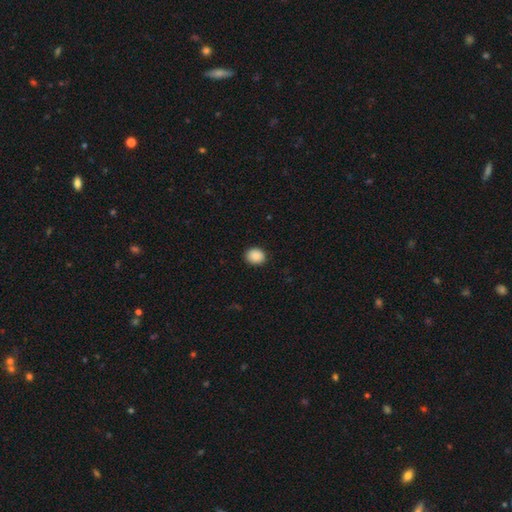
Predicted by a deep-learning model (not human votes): This is clearly a smooth galaxy (89%). How rounded: possibly round (60%). Merging: clearly none (89%).